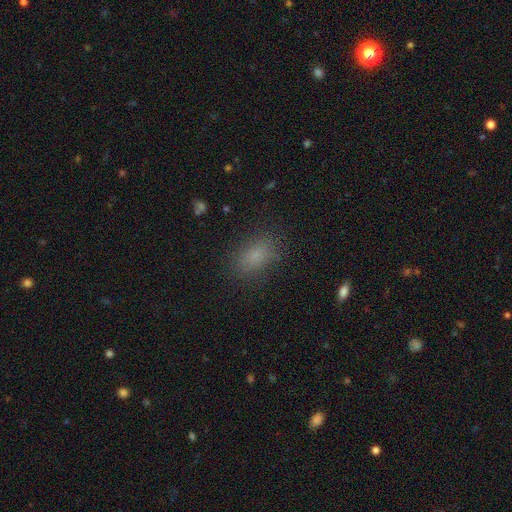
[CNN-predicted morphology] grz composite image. It shows a smooth galaxy with no disk features (80%) that is in between round and cigar-shaped (83%). Merging: none (82%).